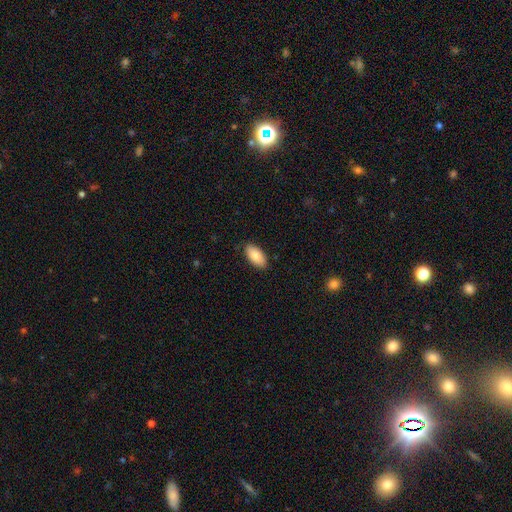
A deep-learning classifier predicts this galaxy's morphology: smooth_or_featured: smooth (p=0.85) [alt: featured or disk p=0.09]
how_rounded: in between (p=0.93) [alt: cigar-shaped p=0.05]
merging: none (p=0.86) [alt: minor disturbance p=0.11]